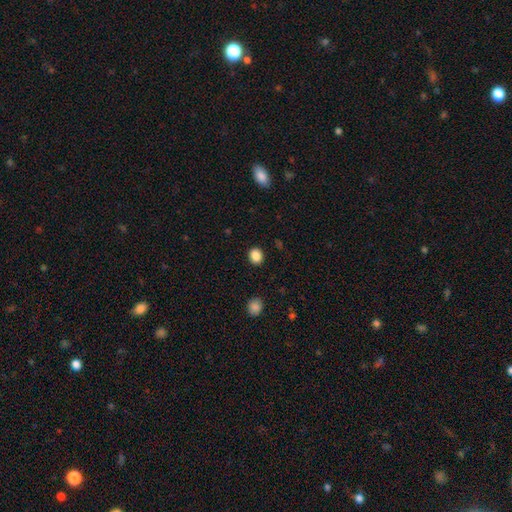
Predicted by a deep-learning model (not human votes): Q: Smooth or featured?
A: smooth (87%); runner-up: star or artifact (10%)
Q: How rounded?
A: round (71%); runner-up: in between (28%)
Q: Merging?
A: none (91%); runner-up: minor disturbance (6%)